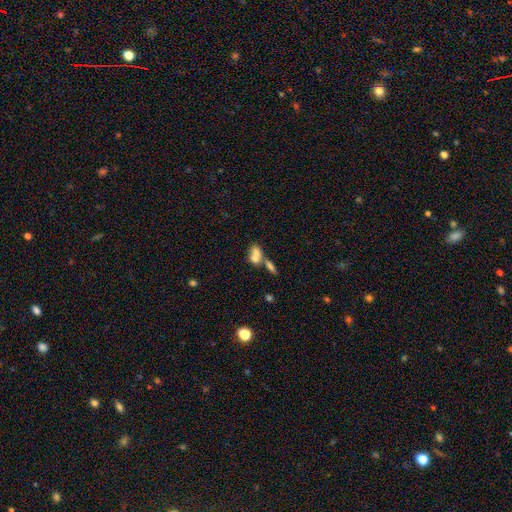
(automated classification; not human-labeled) Smooth or featured?
  - smooth: 67% *
  - featured or disk: 23%
  - star or artifact: 10%
How rounded?
  - in between: 67% *
  - round: 26%
  - cigar-shaped: 7%
Merging?
  - merger: 65% *
  - none: 22%
  - minor disturbance: 7%
  - major disturbance: 5%